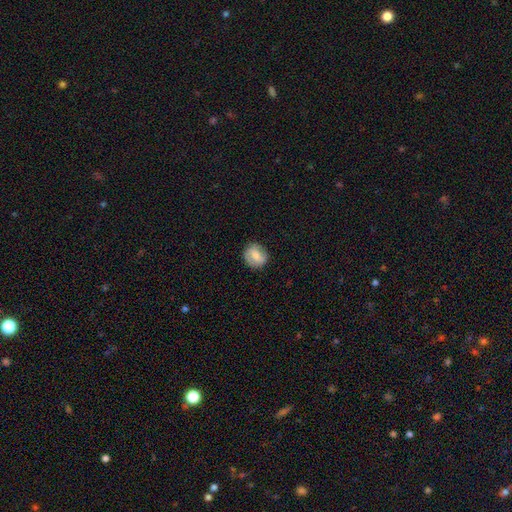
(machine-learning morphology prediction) This is likely a smooth galaxy (61%). How rounded: clearly round (86%). Merging: clearly none (86%).